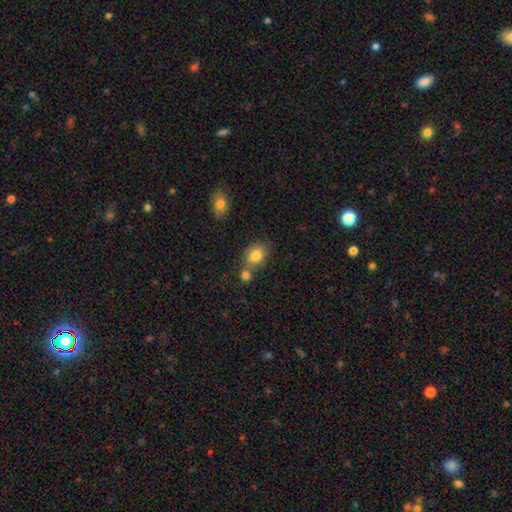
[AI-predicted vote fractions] This appears to be a smooth galaxy with no disk features (81%) that is in between round and cigar-shaped (66%). Merging: none (54%).